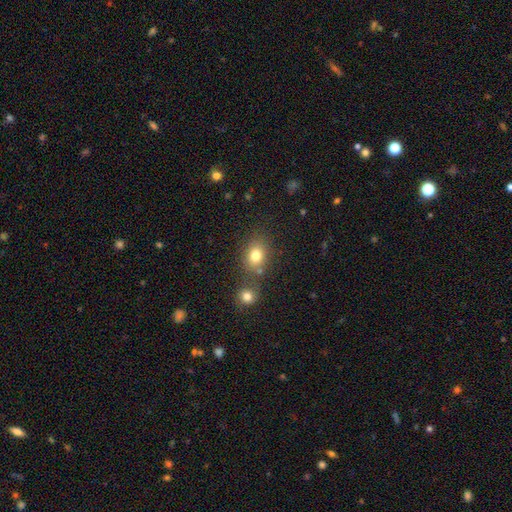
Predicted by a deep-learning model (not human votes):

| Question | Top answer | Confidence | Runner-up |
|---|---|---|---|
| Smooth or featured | smooth | 79% | star or artifact (12%) |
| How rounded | in between | 52% | round (47%) |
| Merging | none | 62% | merger (22%) |